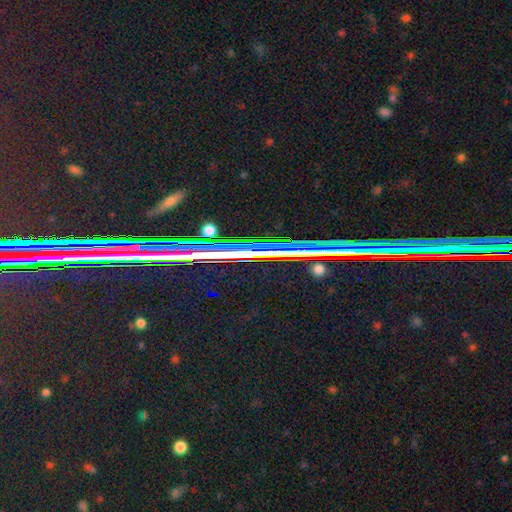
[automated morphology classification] smooth-or-featured: star or artifact: 83% | featured or disk: 9% | smooth: 7%